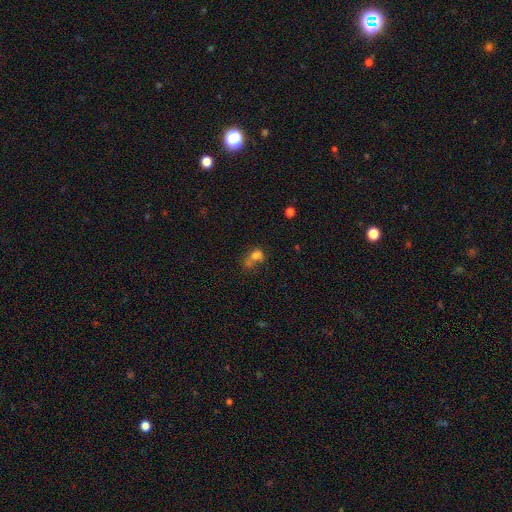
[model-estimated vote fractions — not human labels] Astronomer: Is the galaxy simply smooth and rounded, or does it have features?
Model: smooth — 69%.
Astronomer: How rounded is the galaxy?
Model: in between — 56% (runner-up: round, 42%).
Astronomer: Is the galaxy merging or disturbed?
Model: merger — 50%.